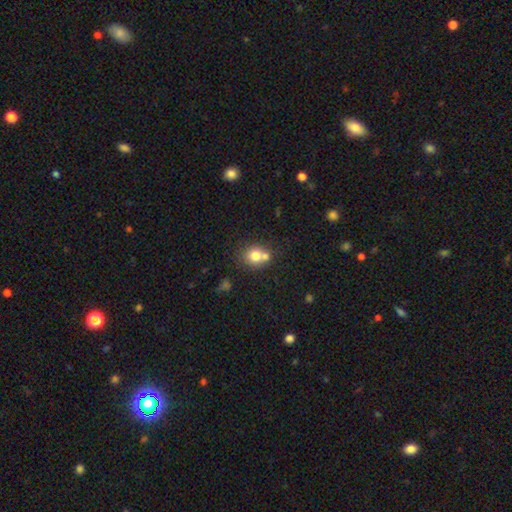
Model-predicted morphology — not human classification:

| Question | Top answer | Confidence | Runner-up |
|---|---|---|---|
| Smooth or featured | smooth | 75% | featured or disk (14%) |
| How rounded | round | 75% | in between (24%) |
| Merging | none | 47% | merger (40%) |